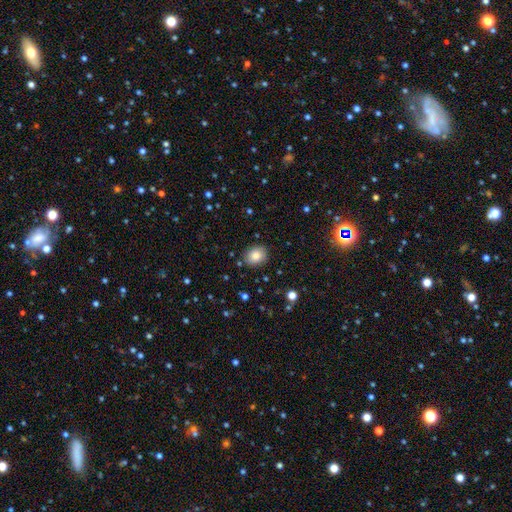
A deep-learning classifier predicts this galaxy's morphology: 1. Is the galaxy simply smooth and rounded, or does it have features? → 84% smooth, 9% star or artifact, 7% featured or disk.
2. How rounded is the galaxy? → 57% round, 42% in between, 1% cigar-shaped.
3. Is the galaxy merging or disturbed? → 87% none, 10% minor disturbance, 2% major disturbance, 1% merger.